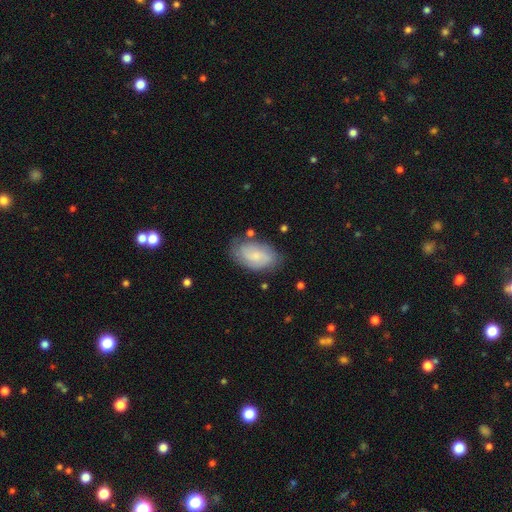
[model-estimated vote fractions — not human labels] smooth-or-featured: smooth: 48% | featured or disk: 44% | star or artifact: 7%
  merging: none: 71% | minor disturbance: 21% | major disturbance: 6% | merger: 3%